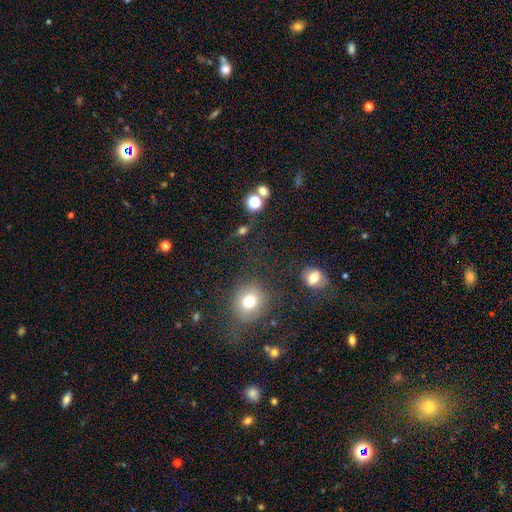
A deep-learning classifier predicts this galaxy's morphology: Overall: smooth (58%; star or artifact 35%). How rounded: round (80%). Merging: none (81%).